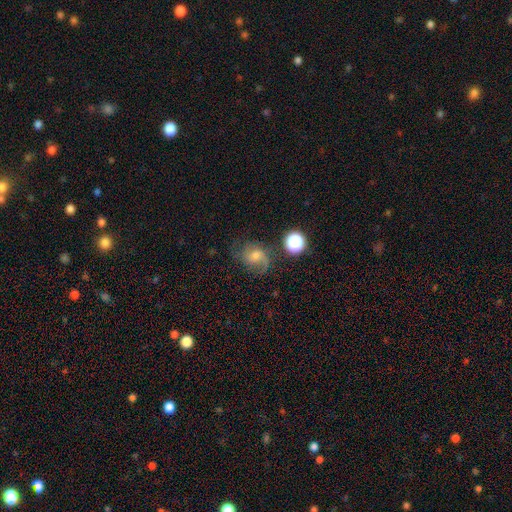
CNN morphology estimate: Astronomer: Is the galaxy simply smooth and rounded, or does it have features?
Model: featured or disk — 54% (runner-up: smooth, 31%).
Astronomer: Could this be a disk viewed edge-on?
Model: no — 97%.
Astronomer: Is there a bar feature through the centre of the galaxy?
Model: no — 61%.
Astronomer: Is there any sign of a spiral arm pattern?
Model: yes — 90%.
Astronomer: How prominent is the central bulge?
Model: moderate — 50% (runner-up: small, 33%).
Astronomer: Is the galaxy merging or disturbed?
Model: none — 59%.